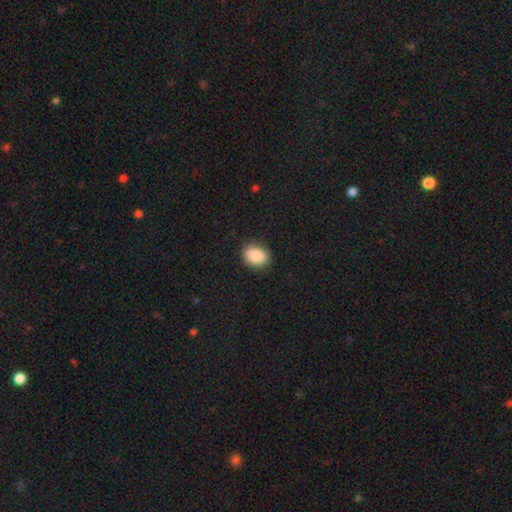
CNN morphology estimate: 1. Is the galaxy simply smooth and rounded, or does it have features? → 88% smooth, 7% star or artifact, 4% featured or disk.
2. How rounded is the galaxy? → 67% in between, 32% round, 1% cigar-shaped.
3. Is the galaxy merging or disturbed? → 86% none, 10% minor disturbance, 3% major disturbance, 1% merger.